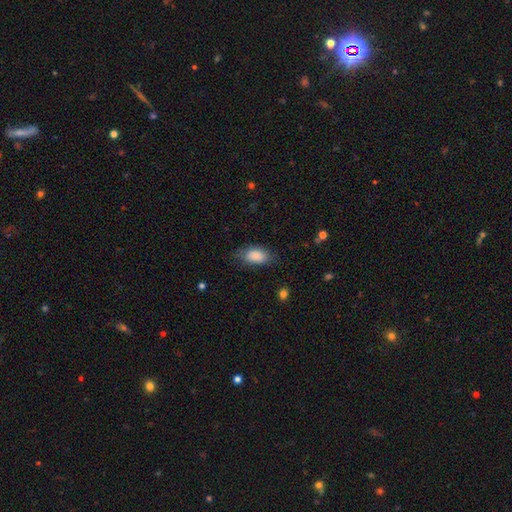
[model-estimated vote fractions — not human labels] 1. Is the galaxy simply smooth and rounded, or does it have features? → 86% smooth, 7% featured or disk, 7% star or artifact.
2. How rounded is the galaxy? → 92% in between, 5% round, 4% cigar-shaped.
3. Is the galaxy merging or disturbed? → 68% none, 23% minor disturbance, 7% major disturbance, 1% merger.